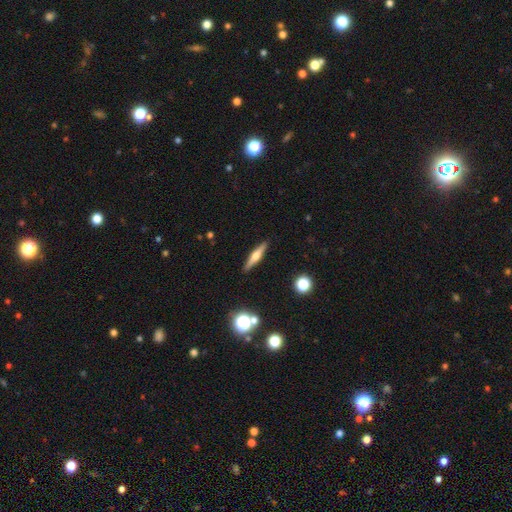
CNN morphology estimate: smooth-or-featured: featured or disk: 60% | smooth: 33% | star or artifact: 7%
  disk-edge-on: yes: 97% | no: 3%
    edge-on-bulge: rounded: 87% | boxy: 8% | none: 4%
  merging: none: 91% | minor disturbance: 6% | major disturbance: 2% | merger: 1%